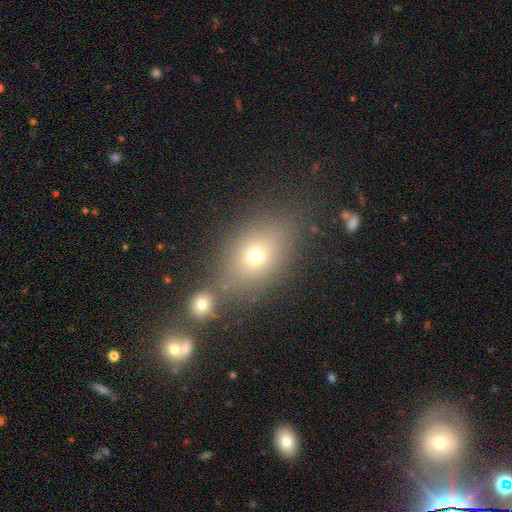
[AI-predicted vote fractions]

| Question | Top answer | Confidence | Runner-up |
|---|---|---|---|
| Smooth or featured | smooth | 66% | star or artifact (18%) |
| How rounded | in between | 69% | round (28%) |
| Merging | none | 67% | merger (14%) |